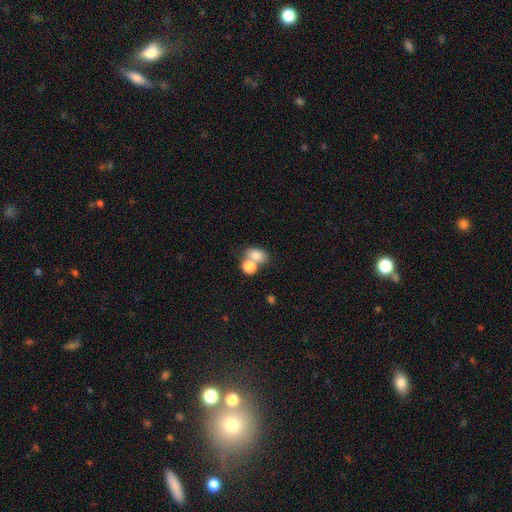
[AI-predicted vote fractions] This appears to be a smooth galaxy with no disk features (78%) that is in between round and cigar-shaped (66%). Merging: merger (47%).